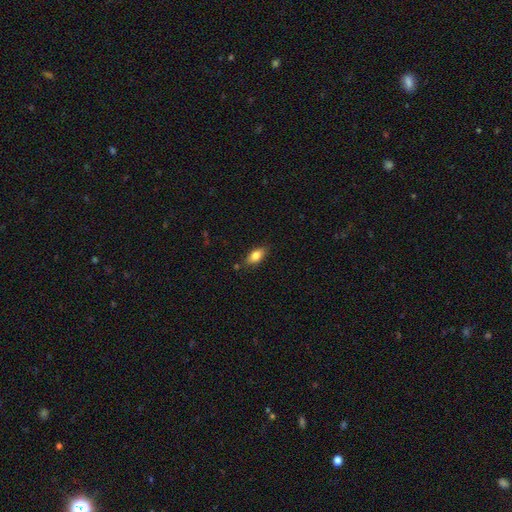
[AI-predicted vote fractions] Smooth or featured? smooth (78%)
How rounded? in between (84%)
Merging? none (80%)